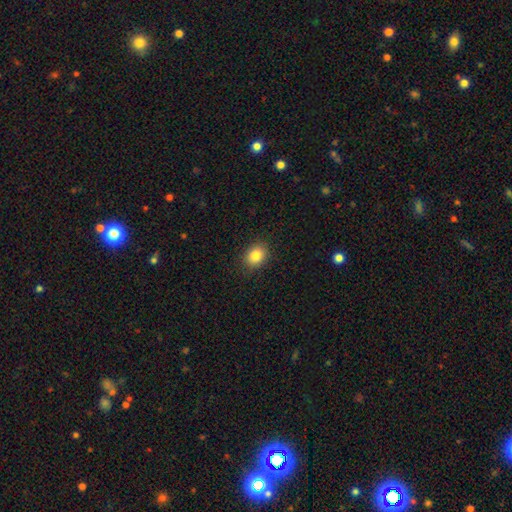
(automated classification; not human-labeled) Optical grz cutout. It shows a smooth galaxy with no disk features (84%) that is in between round and cigar-shaped (52%). Merging: none (88%).